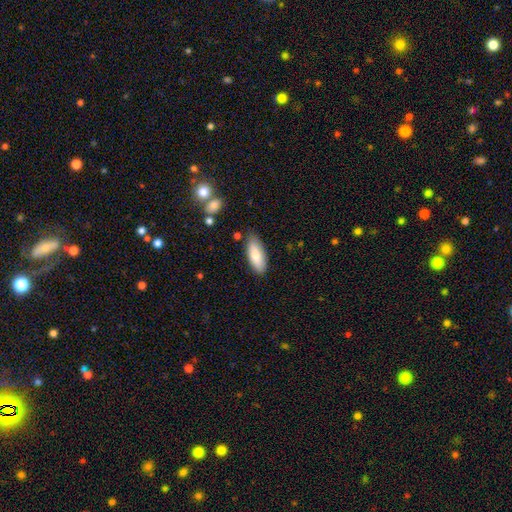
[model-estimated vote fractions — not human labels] Morphology: type=smooth (78%); roundness=in between (71%); merging=none (82%).